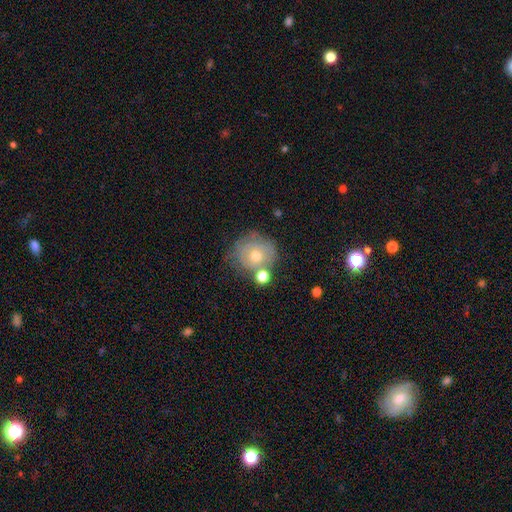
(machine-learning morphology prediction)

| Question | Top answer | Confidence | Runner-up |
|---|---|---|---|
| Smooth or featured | smooth | 52% | featured or disk (37%) |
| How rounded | round | 84% | in between (15%) |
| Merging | none | 56% | minor disturbance (20%) |